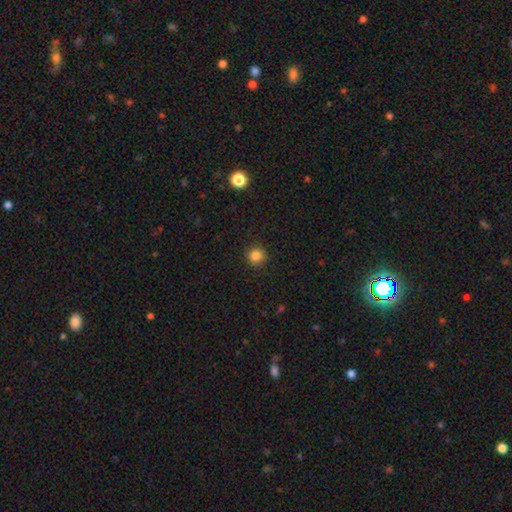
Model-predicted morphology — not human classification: A smooth galaxy with no disk features (85%) that is round (94%).

Vote fractions:
- Smooth or featured? smooth: 85% / star or artifact: 12% / featured or disk: 3%
- How rounded? round: 94% / in between: 5% / cigar-shaped: 1%
- Merging? none: 91% / minor disturbance: 6% / major disturbance: 2% / merger: 1%